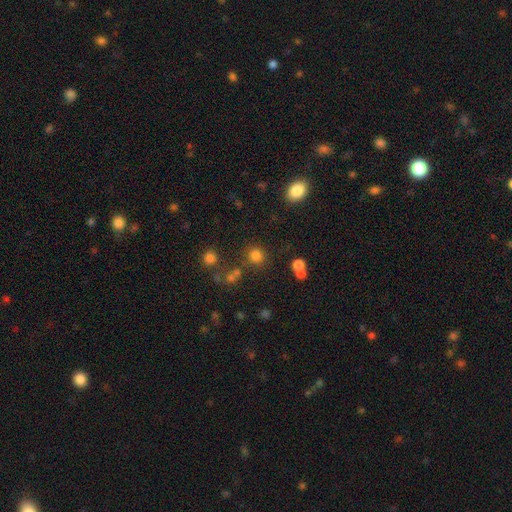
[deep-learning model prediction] Smooth or featured?
  - smooth: 78% *
  - star or artifact: 16%
  - featured or disk: 6%
How rounded?
  - round: 90% *
  - in between: 9%
  - cigar-shaped: 1%
Merging?
  - none: 80% *
  - minor disturbance: 8%
  - merger: 8%
  - major disturbance: 4%